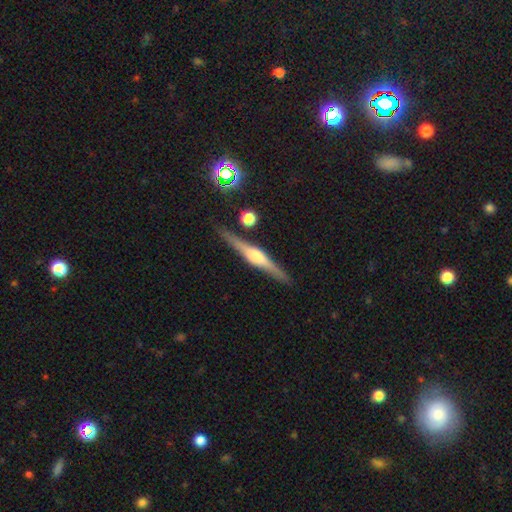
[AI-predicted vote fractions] smooth_or_featured: featured or disk (p=0.79) [alt: smooth p=0.14]
disk_edge_on: yes (p=0.98) [alt: no p=0.02]
edge_on_bulge: rounded (p=0.78) [alt: boxy p=0.18]
merging: none (p=0.89) [alt: minor disturbance p=0.07]